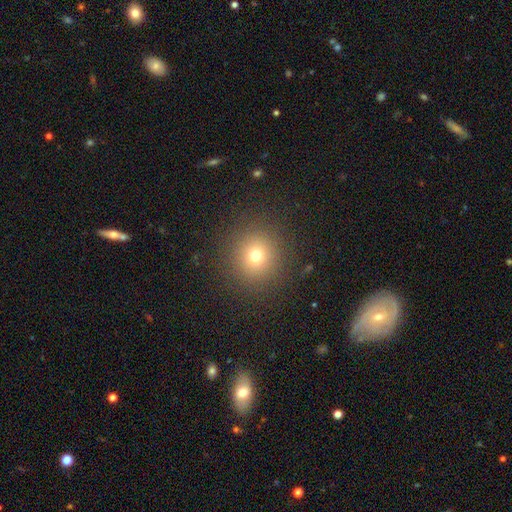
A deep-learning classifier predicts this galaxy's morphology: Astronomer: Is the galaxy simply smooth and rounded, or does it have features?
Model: smooth — 72%.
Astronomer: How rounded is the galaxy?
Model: round — 89%.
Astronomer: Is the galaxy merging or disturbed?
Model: none — 89%.